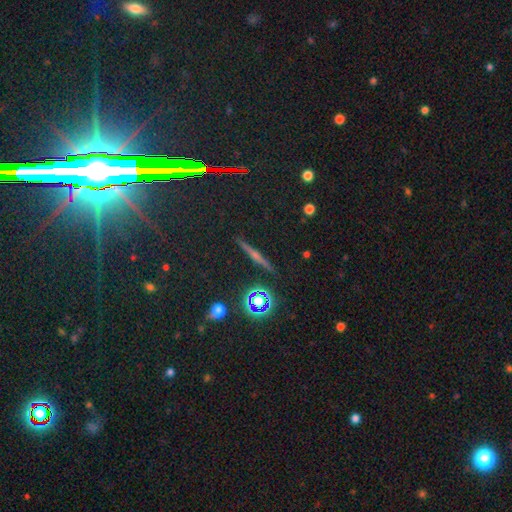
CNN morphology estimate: smooth-or-featured: featured or disk: 44% | star or artifact: 28% | smooth: 28%
  merging: none: 90% | minor disturbance: 6% | major disturbance: 2% | merger: 2%